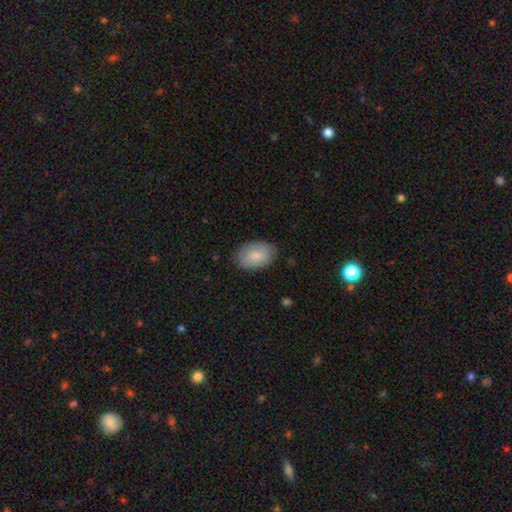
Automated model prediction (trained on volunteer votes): Smooth or featured: smooth — 81% (featured or disk — 13%)
How rounded: in between — 88% (round — 11%)
Merging: none — 81% (minor disturbance — 15%)